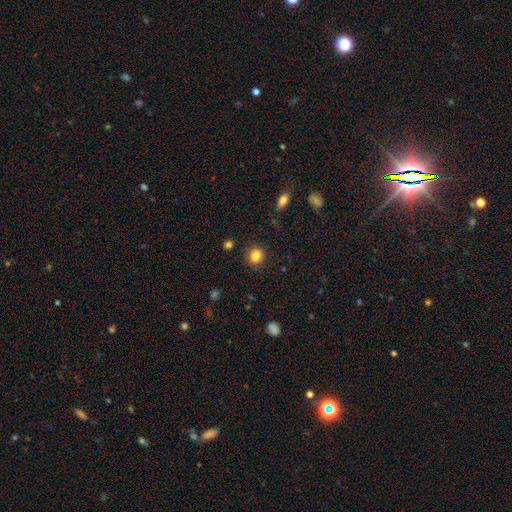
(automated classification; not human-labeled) Smooth or featured: smooth — 83% (star or artifact — 11%)
How rounded: round — 75% (in between — 24%)
Merging: none — 86% (minor disturbance — 9%)